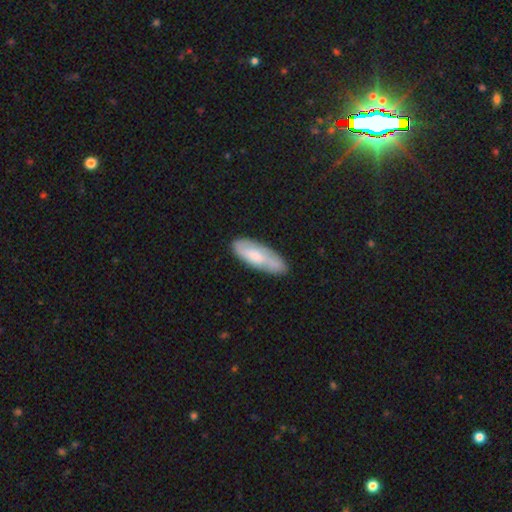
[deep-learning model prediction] Smooth or featured? smooth (62%)
How rounded? in between (64%)
Merging? none (72%)